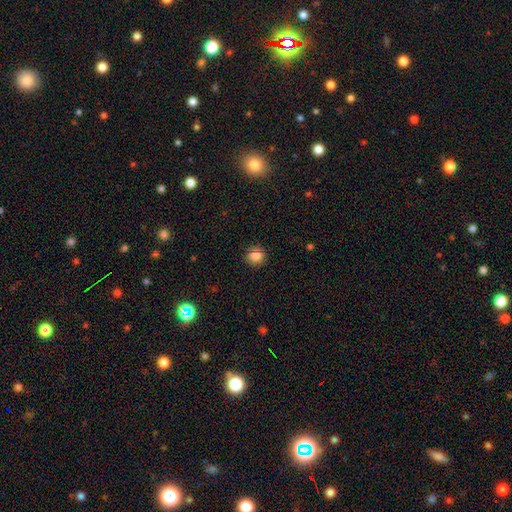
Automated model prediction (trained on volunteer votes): Smooth or featured?
  - smooth: 84% *
  - star or artifact: 11%
  - featured or disk: 5%
How rounded?
  - round: 82% *
  - in between: 17%
  - cigar-shaped: 1%
Merging?
  - none: 87% *
  - minor disturbance: 9%
  - major disturbance: 2%
  - merger: 1%